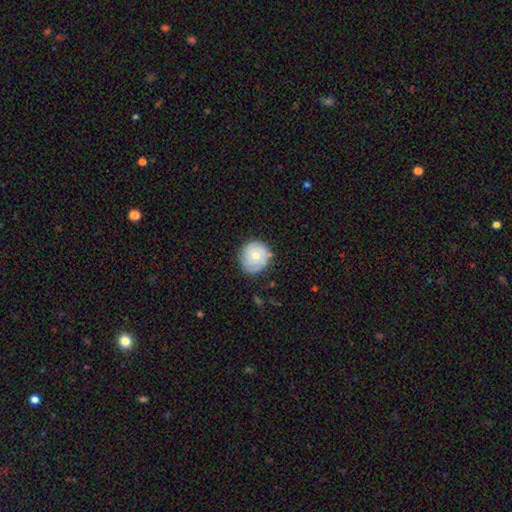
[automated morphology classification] The model was most divided on "smooth or featured": smooth: 58%, featured or disk: 35%, star or artifact: 7%. More confident: how rounded — round (87%); merging — none (74%).